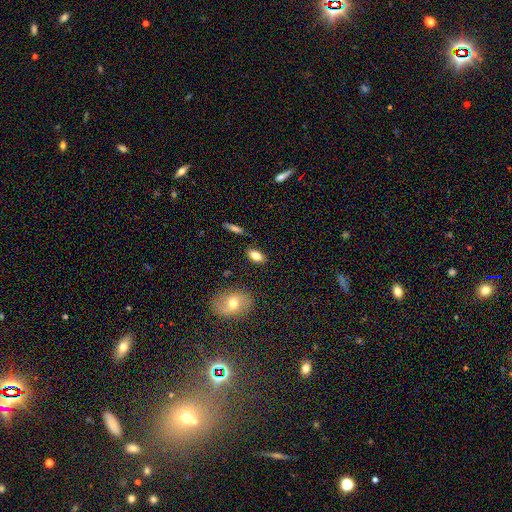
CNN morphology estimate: smooth 77%, featured or disk 14%, star or artifact 9%. Down the decision tree: how rounded — in between (86%); merging — none (84%).